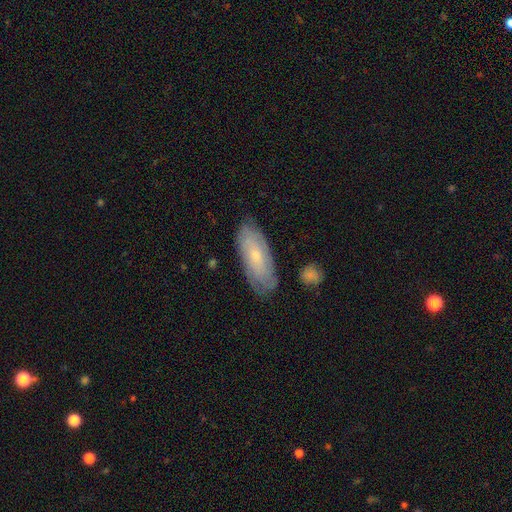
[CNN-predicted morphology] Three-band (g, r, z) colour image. It shows a featured or disk galaxy (49%). Merging: none (77%).